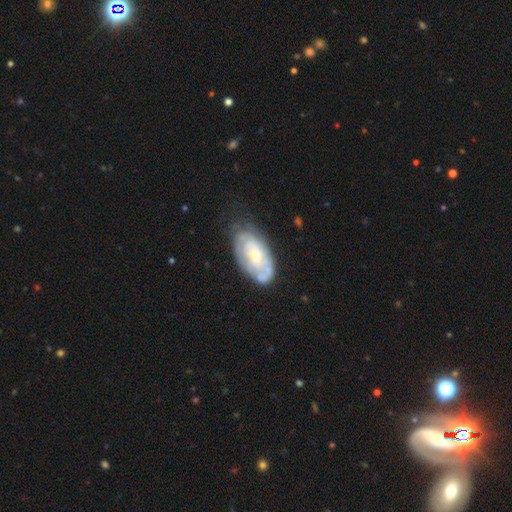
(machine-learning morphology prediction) This is likely a featured or disk galaxy (65%). It is clearly not viewed edge-on (94%). Bar: likely no (73%). Spiral arm pattern: likely yes (70%). Central bulge: possibly small (49%). Merging: likely none (60%).